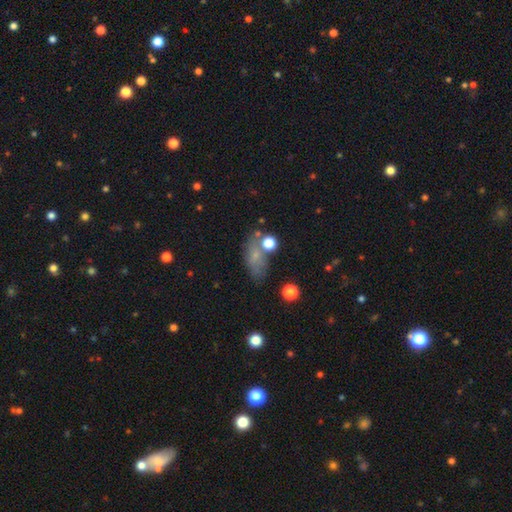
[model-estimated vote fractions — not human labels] Smooth or featured? smooth (64%)
How rounded? in between (77%)
Merging? none (56%)